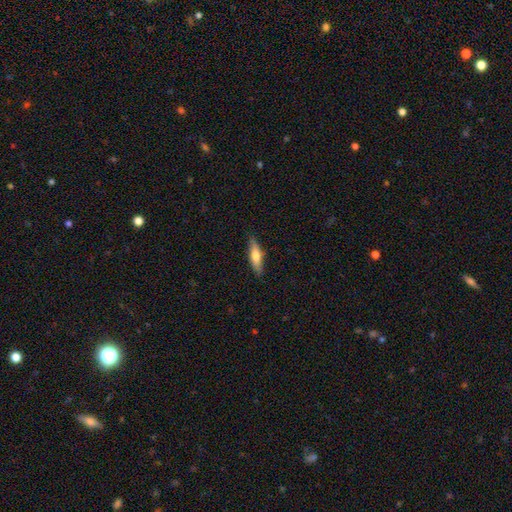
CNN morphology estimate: Smooth or featured? Predicted: smooth (p=0.60). How rounded? Predicted: cigar-shaped (p=0.67). Merging? Predicted: none (p=0.86).